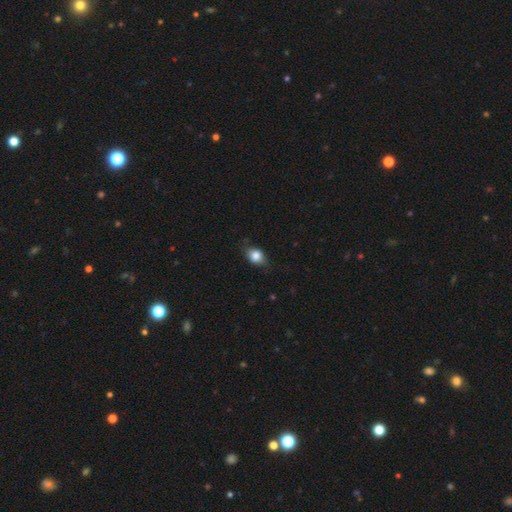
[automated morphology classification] Smooth or featured?
  - smooth: 78% *
  - featured or disk: 14%
  - star or artifact: 9%
How rounded?
  - in between: 62% *
  - round: 36%
  - cigar-shaped: 2%
Merging?
  - none: 71% *
  - minor disturbance: 23%
  - major disturbance: 5%
  - merger: 1%